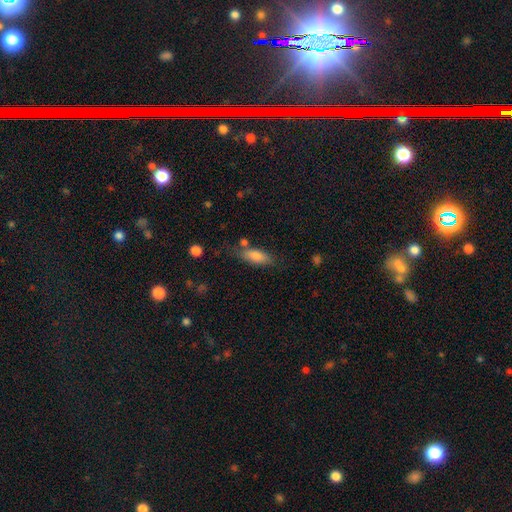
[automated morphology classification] smooth_or_featured: smooth (p=0.78) [alt: featured or disk p=0.15]
how_rounded: in between (p=0.67) [alt: cigar-shaped p=0.31]
merging: none (p=0.65) [alt: minor disturbance p=0.20]